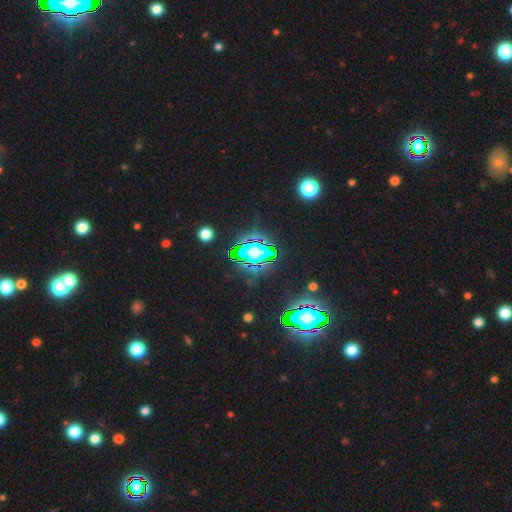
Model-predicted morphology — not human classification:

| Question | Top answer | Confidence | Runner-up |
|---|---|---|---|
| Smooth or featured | star or artifact | 79% | smooth (12%) |